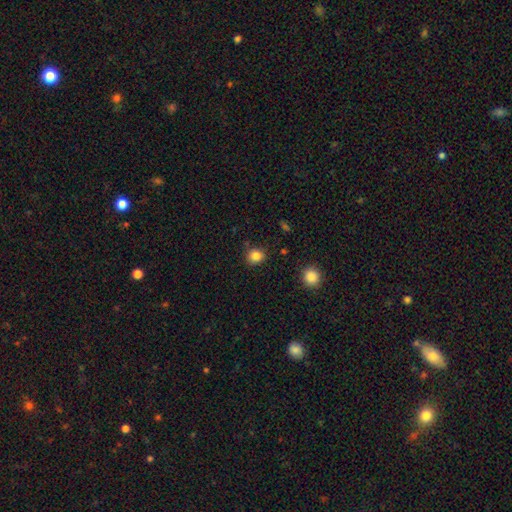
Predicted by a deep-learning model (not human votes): Smooth or featured?
  - smooth: 84% *
  - star or artifact: 11%
  - featured or disk: 5%
How rounded?
  - round: 74% *
  - in between: 25%
  - cigar-shaped: 1%
Merging?
  - none: 82% *
  - minor disturbance: 12%
  - major disturbance: 3%
  - merger: 3%